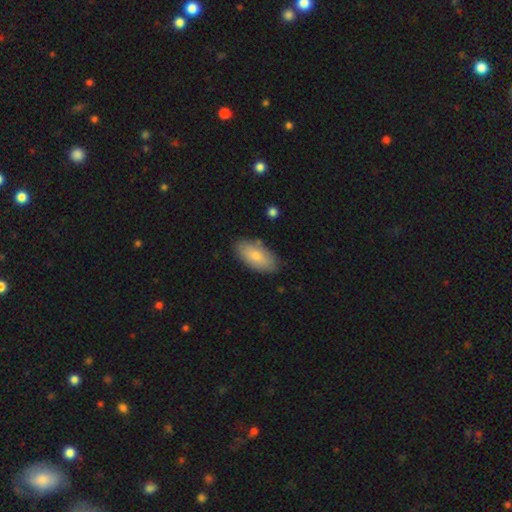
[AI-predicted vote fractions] smooth_or_featured: smooth (p=0.77) [alt: featured or disk p=0.17]
how_rounded: in between (p=0.92) [alt: cigar-shaped p=0.06]
merging: none (p=0.85) [alt: minor disturbance p=0.11]